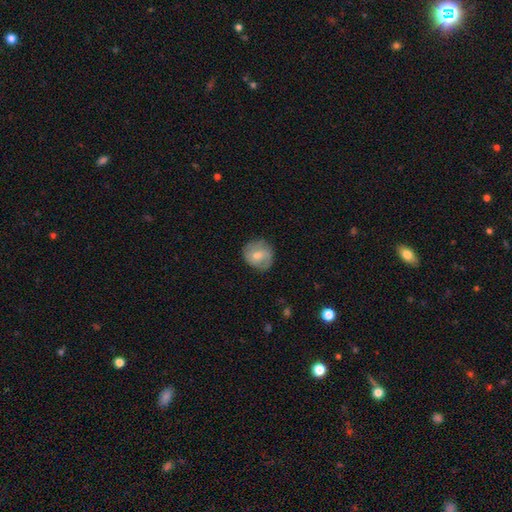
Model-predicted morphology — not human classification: featured or disk 48%, smooth 44%, star or artifact 8%. Down the decision tree: merging — none (78%).